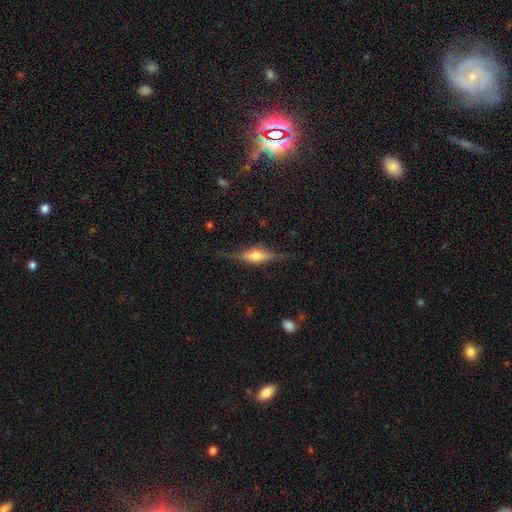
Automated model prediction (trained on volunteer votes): Smooth or featured: featured or disk — 72% (smooth — 20%)
Edge-on disk: yes — 96% (no — 4%)
Edge-on bulge: rounded — 88% (boxy — 10%)
Merging: none — 83% (minor disturbance — 12%)